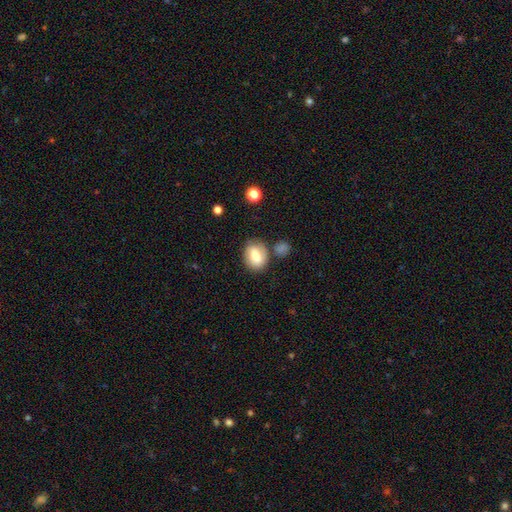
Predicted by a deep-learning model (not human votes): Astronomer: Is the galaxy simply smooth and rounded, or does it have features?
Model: smooth — 72%.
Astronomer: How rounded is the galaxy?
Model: in between — 66%.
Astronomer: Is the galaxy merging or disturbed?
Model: none — 68%.